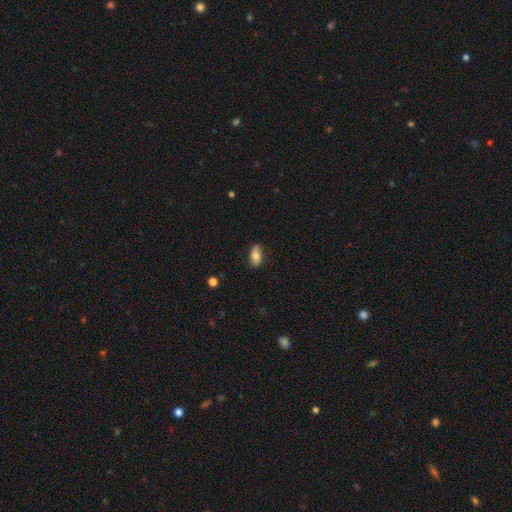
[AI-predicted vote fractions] smooth 73%, featured or disk 20%, star or artifact 7%. Down the decision tree: how rounded — in between (86%); merging — none (83%).